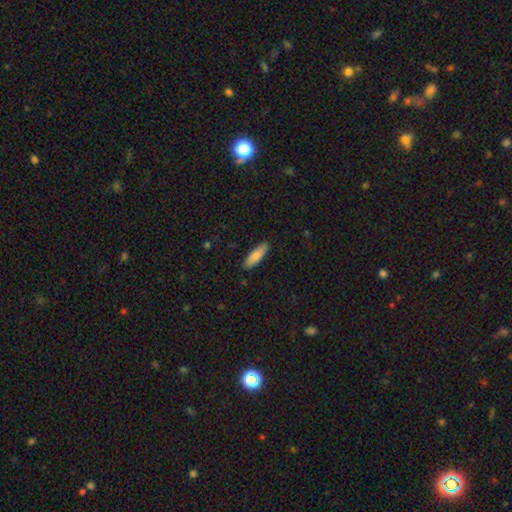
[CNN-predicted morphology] smooth-or-featured: smooth: 81% | featured or disk: 13% | star or artifact: 6%
  how-rounded: cigar-shaped: 51% | in between: 48% | round: 2%
  merging: none: 88% | minor disturbance: 9% | major disturbance: 2% | merger: 1%